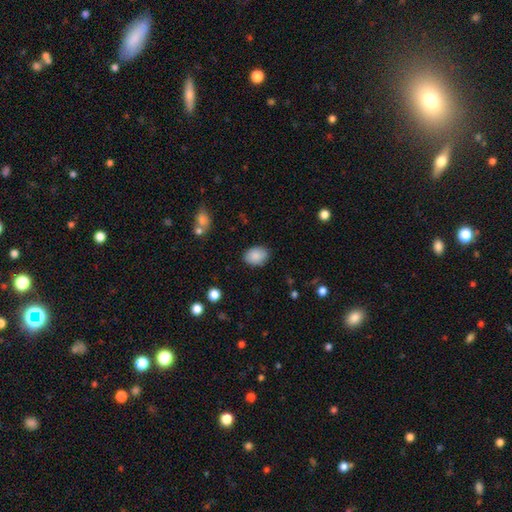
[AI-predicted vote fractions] smooth_or_featured: smooth (p=0.87) [alt: star or artifact p=0.07]
how_rounded: in between (p=0.76) [alt: round p=0.23]
merging: none (p=0.84) [alt: minor disturbance p=0.12]